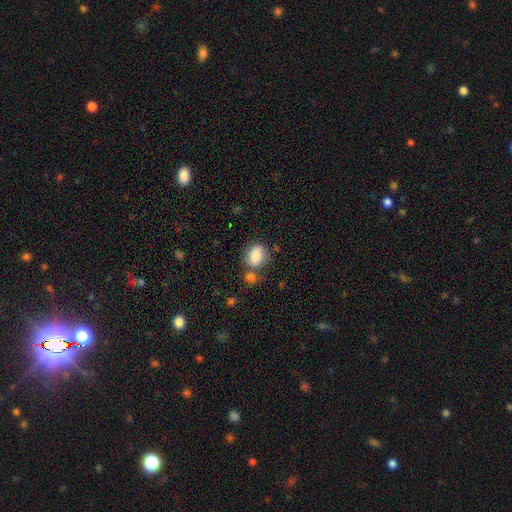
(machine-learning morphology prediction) type=smooth (83%); roundness=in between (63%); merging=none (57%).